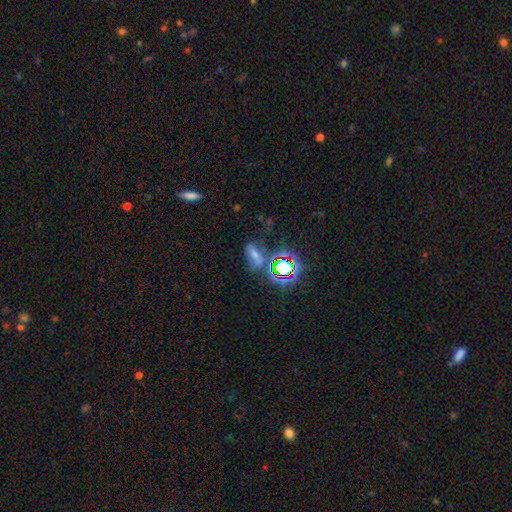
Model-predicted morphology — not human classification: The model was most divided on "smooth or featured": smooth: 42%, star or artifact: 40%, featured or disk: 18%. More confident: merging — none (52%).